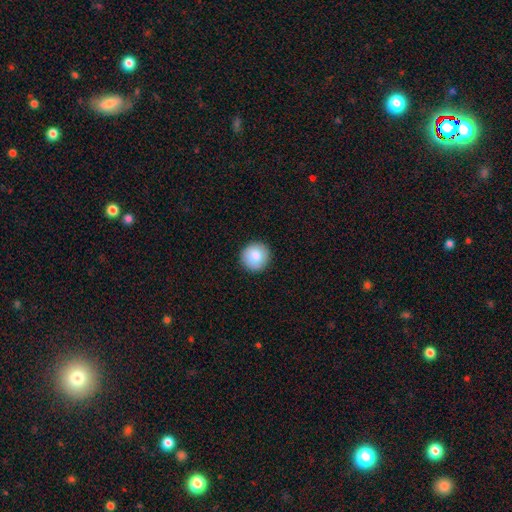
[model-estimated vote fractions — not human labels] This is clearly a smooth galaxy (83%). How rounded: clearly round (95%). Merging: clearly none (92%).